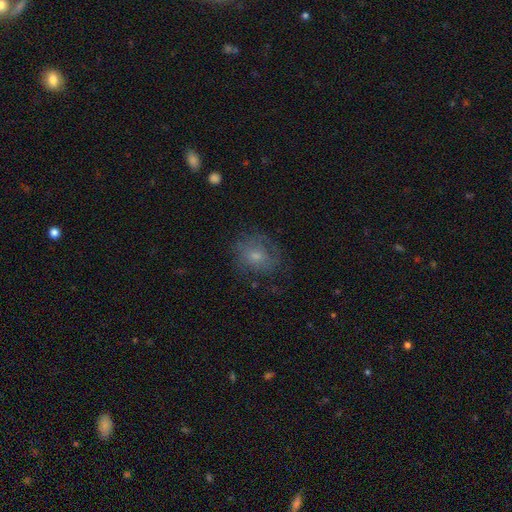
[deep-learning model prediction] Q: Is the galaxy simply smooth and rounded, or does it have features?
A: smooth — 57%.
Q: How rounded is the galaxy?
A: round — 62%.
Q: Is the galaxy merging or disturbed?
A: none — 63%.